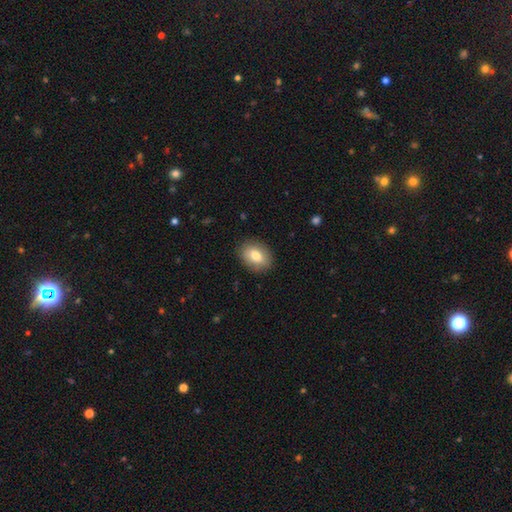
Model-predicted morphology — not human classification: This appears to be a smooth galaxy with no disk features (78%) that is in between round and cigar-shaped (70%). Merging: none (88%).